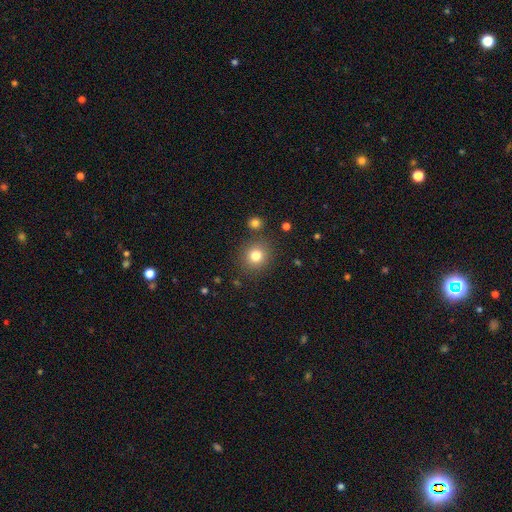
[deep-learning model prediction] Q: Smooth or featured?
A: smooth (80%); runner-up: star or artifact (13%)
Q: How rounded?
A: round (86%); runner-up: in between (13%)
Q: Merging?
A: none (85%); runner-up: minor disturbance (8%)